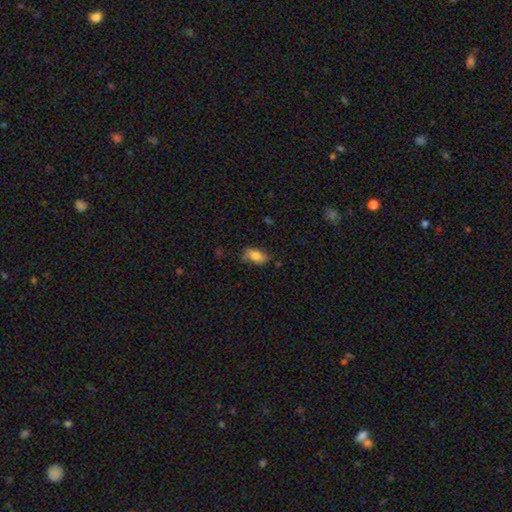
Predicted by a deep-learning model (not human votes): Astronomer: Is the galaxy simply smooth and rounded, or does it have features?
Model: smooth — 78%.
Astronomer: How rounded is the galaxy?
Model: in between — 89%.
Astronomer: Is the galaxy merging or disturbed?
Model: none — 69%.